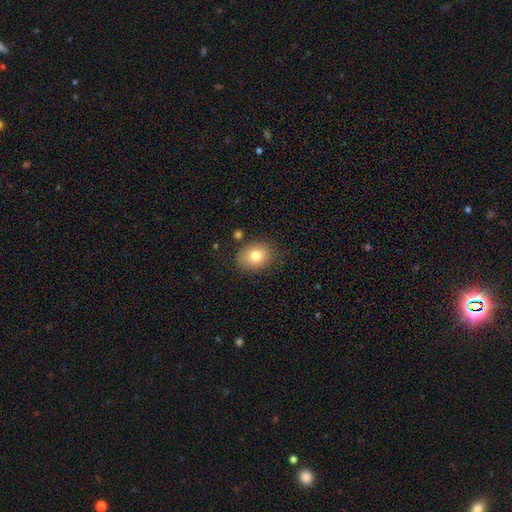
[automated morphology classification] Smooth or featured: smooth — 80% (featured or disk — 11%)
How rounded: in between — 59% (round — 40%)
Merging: none — 78% (minor disturbance — 15%)